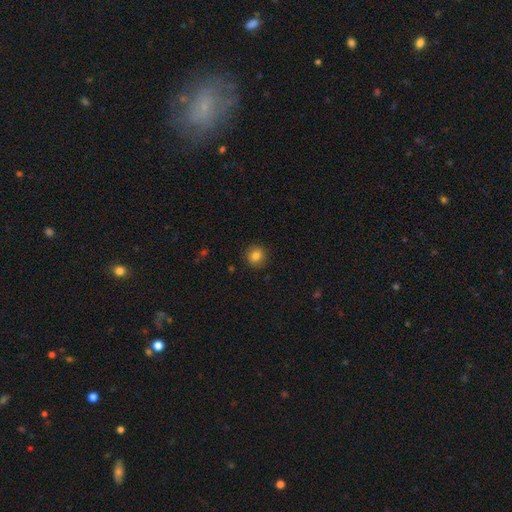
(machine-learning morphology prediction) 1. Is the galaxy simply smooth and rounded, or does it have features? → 83% smooth, 11% star or artifact, 6% featured or disk.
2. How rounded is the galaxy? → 88% round, 11% in between, 1% cigar-shaped.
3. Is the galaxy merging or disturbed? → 90% none, 7% minor disturbance, 2% major disturbance, 1% merger.